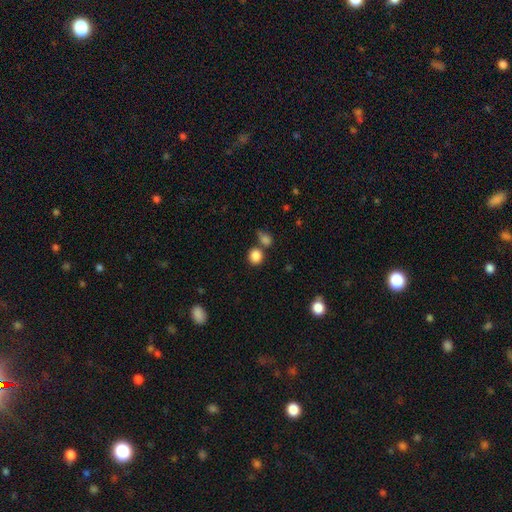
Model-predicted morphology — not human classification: type=smooth (86%); roundness=round (83%); merging=none (65%).